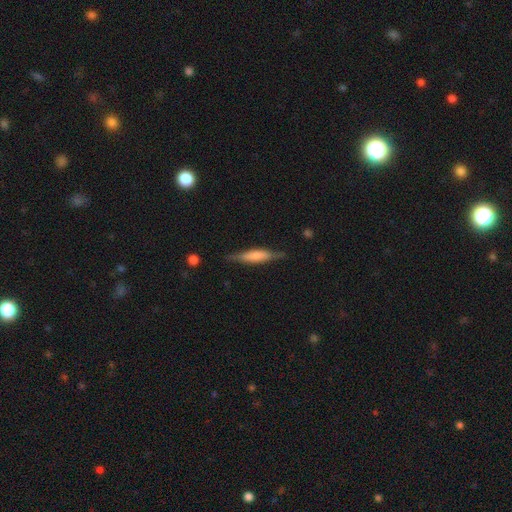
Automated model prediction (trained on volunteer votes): smooth 49%, featured or disk 45%, star or artifact 6%. Down the decision tree: merging — none (81%).